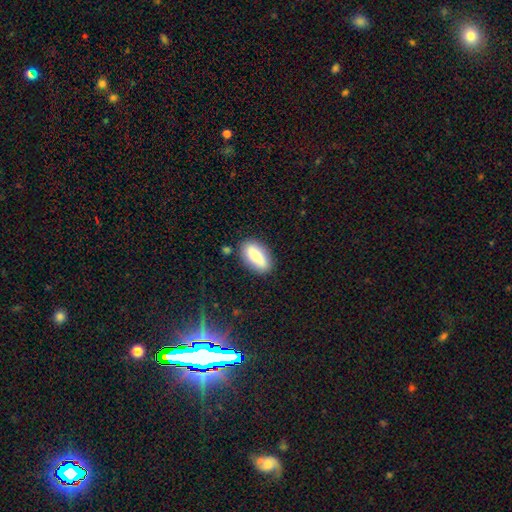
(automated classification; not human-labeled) smooth-or-featured: smooth: 80% | featured or disk: 13% | star or artifact: 7%
  how-rounded: in between: 87% | cigar-shaped: 9% | round: 4%
  merging: none: 83% | minor disturbance: 11% | major disturbance: 3% | merger: 3%